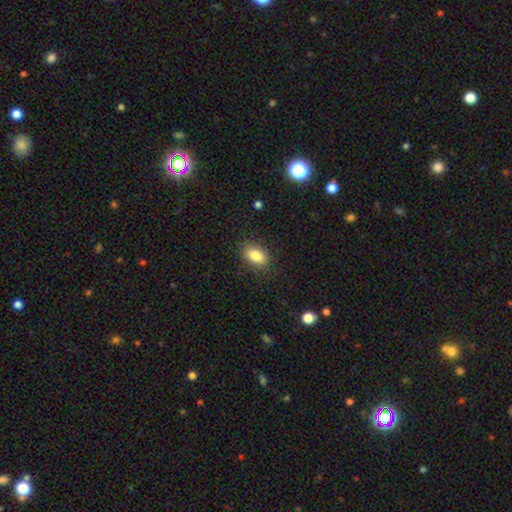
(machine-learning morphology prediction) A smooth galaxy with no disk features (84%) that is in between round and cigar-shaped (87%). Merging: none (86%).